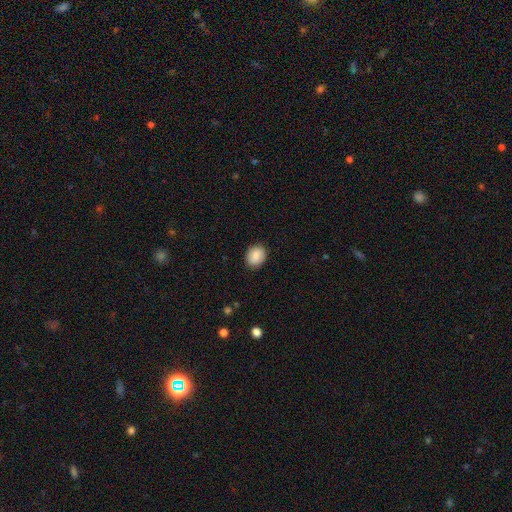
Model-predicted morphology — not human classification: Q: Smooth or featured?
A: smooth (84%); runner-up: featured or disk (8%)
Q: How rounded?
A: round (60%); runner-up: in between (39%)
Q: Merging?
A: none (88%); runner-up: minor disturbance (9%)